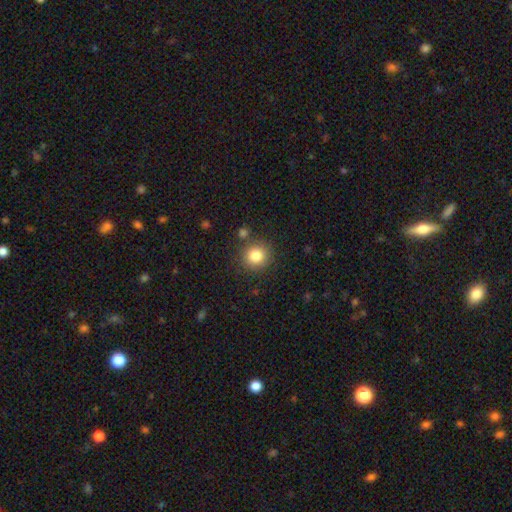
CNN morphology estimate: smooth_or_featured: smooth (p=0.82) [alt: star or artifact p=0.11]
how_rounded: round (p=0.89) [alt: in between p=0.10]
merging: none (p=0.84) [alt: minor disturbance p=0.08]